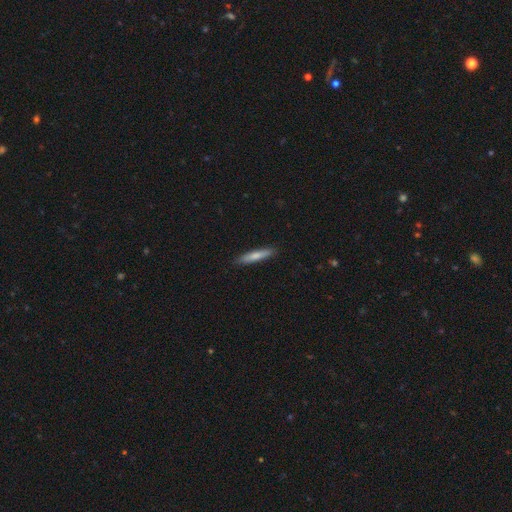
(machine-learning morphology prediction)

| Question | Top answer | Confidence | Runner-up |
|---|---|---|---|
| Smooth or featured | smooth | 72% | featured or disk (22%) |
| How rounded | cigar-shaped | 90% | in between (9%) |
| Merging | none | 89% | minor disturbance (9%) |